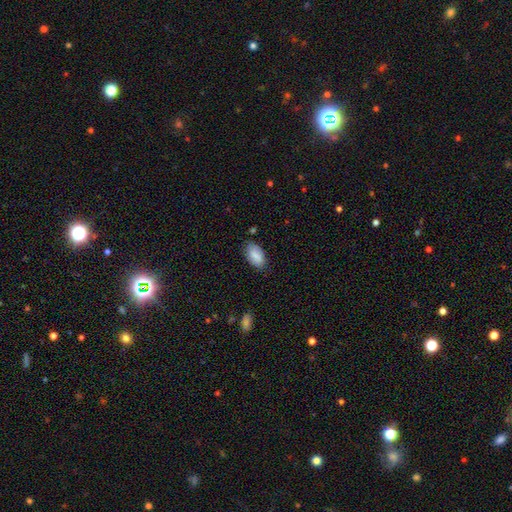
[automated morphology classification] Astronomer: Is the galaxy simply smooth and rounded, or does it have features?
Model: smooth — 83%.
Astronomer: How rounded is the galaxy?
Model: in between — 94%.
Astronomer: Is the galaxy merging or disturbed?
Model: none — 76%.